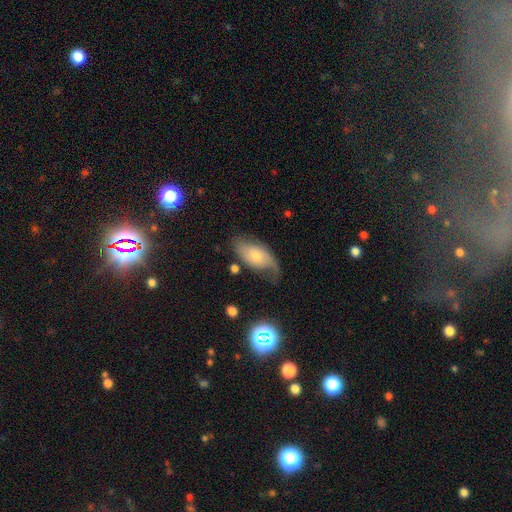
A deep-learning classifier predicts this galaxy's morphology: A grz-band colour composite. It shows a featured or disk galaxy (49%). Merging: none (46%).